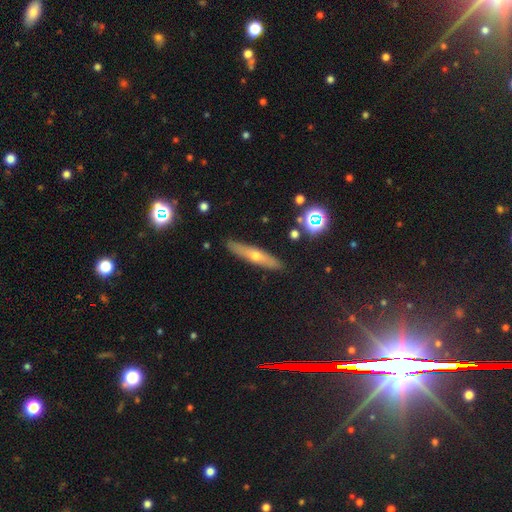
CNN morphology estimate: A featured or disk galaxy (48%).

Vote fractions:
- Smooth or featured? featured or disk: 48% / smooth: 42% / star or artifact: 10%
- Merging? none: 88% / minor disturbance: 9% / major disturbance: 2% / merger: 2%